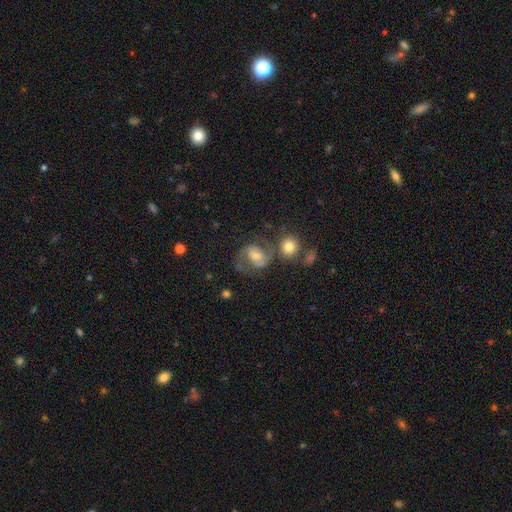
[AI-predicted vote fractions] featured or disk 68%, smooth 22%, star or artifact 10%. Down the decision tree: edge-on disk — no (97%); bar — weak (44%); spiral arms — yes (90%); spiral arm count — 2 (85%); spiral winding — medium (54%); bulge size — moderate (56%); merging — none (55%).